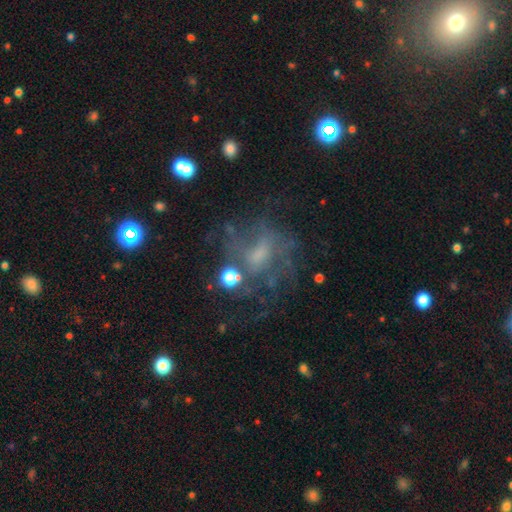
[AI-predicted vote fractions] Smooth or featured? Predicted: featured or disk (p=0.59). Edge-on disk? Predicted: no (p=0.97). Bar? Predicted: no (p=0.56). Spiral arms? Predicted: yes (p=0.57). Bulge size? Predicted: small (p=0.40). Merging? Predicted: none (p=0.51).